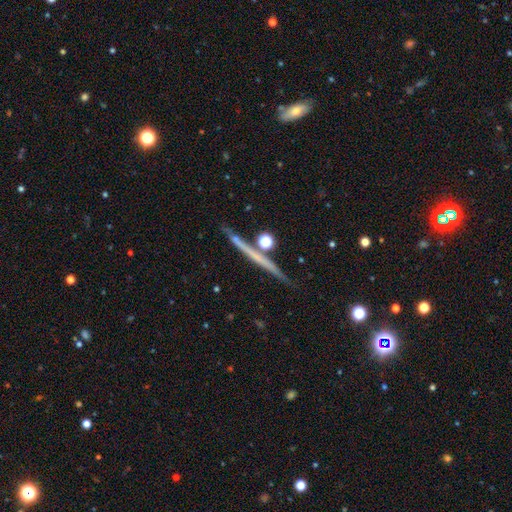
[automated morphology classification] A featured or disk galaxy (61%) viewed edge-on (97%) with no central bulge (85%).

Vote fractions:
- Smooth or featured? featured or disk: 61% / smooth: 31% / star or artifact: 8%
- Edge-on disk? yes: 97% / no: 3%
- Edge-on bulge? none: 85% / rounded: 10% / boxy: 5%
- Merging? none: 86% / minor disturbance: 8% / merger: 4% / major disturbance: 2%